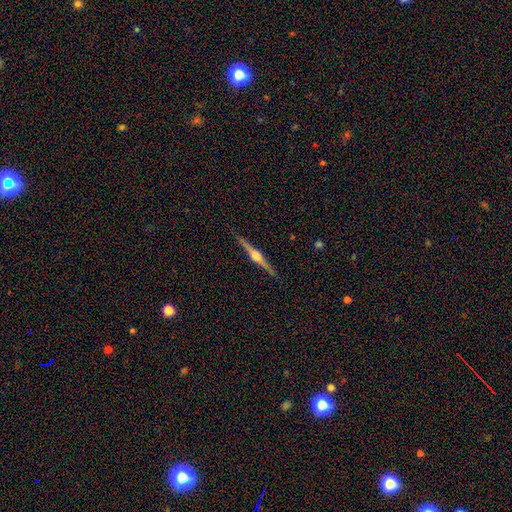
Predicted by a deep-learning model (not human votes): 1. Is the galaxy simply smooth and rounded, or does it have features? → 86% featured or disk, 9% smooth, 5% star or artifact.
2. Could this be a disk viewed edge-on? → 99% yes, 1% no.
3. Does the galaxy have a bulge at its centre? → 90% rounded, 7% boxy, 2% none.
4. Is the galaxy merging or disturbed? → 91% none, 6% minor disturbance, 1% major disturbance, 1% merger.